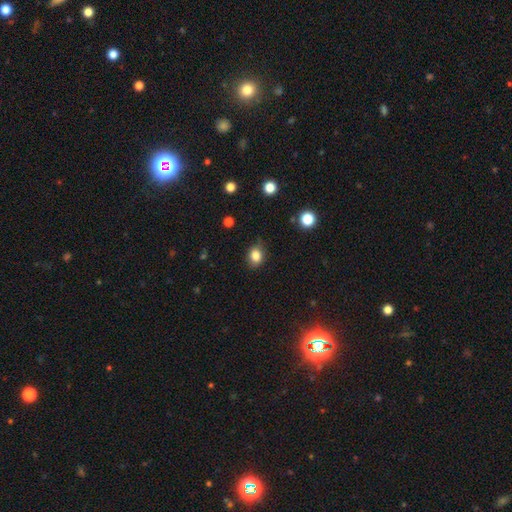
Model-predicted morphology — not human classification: Overall: smooth (83%). How rounded: in between (54%; round 45%). Merging: none (81%).